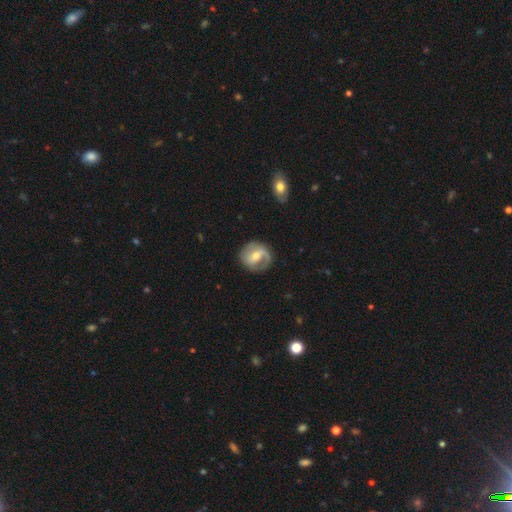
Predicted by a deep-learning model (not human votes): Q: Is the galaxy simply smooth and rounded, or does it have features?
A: featured or disk — 73%.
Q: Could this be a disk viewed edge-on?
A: no — 97%.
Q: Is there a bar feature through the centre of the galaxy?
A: weak — 48%.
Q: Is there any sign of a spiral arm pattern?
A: yes — 88%.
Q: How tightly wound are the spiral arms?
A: medium — 45%.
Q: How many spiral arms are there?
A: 2 — 70%.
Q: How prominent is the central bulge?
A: moderate — 56%.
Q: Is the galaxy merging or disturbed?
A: none — 77%.